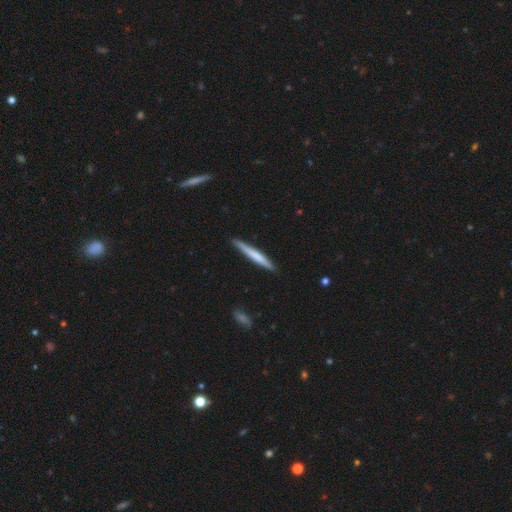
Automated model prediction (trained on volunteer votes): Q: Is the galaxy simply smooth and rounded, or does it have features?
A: smooth — 59%.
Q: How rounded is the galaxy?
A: cigar-shaped — 96%.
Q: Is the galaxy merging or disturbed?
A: none — 89%.